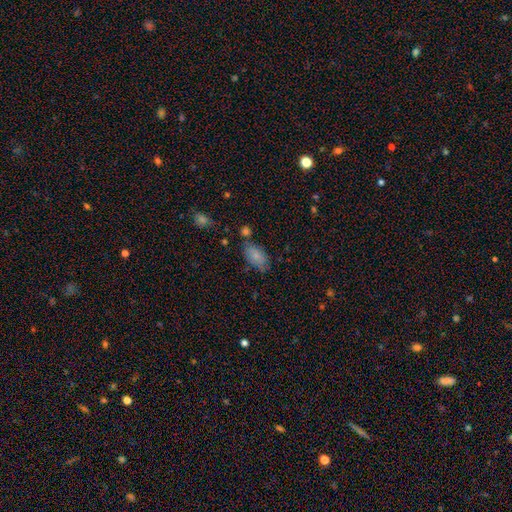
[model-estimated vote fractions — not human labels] smooth 82%, featured or disk 11%, star or artifact 8%. Down the decision tree: how rounded — in between (93%); merging — none (67%).